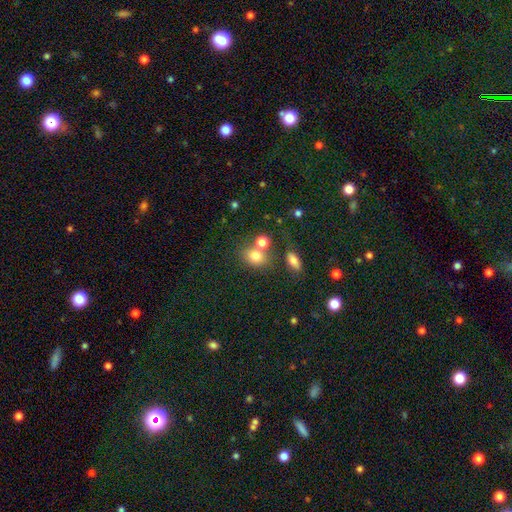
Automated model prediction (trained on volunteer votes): A smooth galaxy with no disk features (77%) that is round (50%). Merging: none (54%).